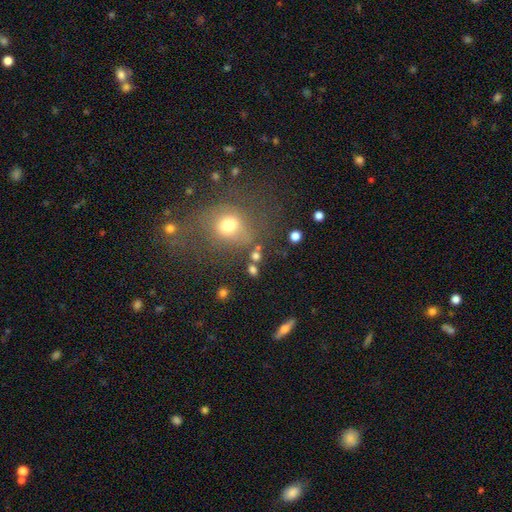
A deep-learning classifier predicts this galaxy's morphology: Overall: smooth (72%). How rounded: round (64%; in between 33%). Merging: none (69%).